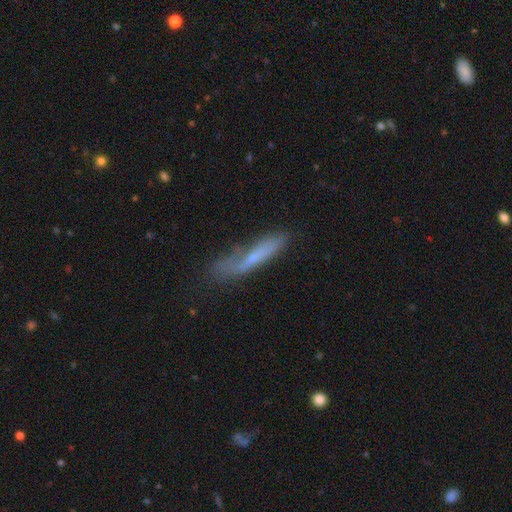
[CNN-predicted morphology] A smooth galaxy with no disk features (51%) that is cigar-shaped (85%). Merging: none (49%).